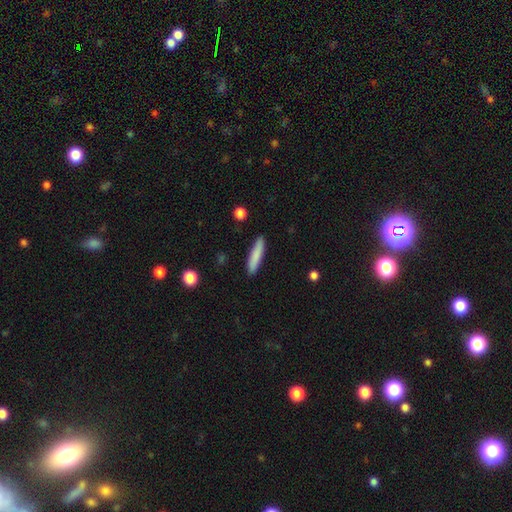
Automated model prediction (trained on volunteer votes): This is clearly a smooth galaxy (83%). How rounded: clearly cigar-shaped (87%). Merging: clearly none (89%).